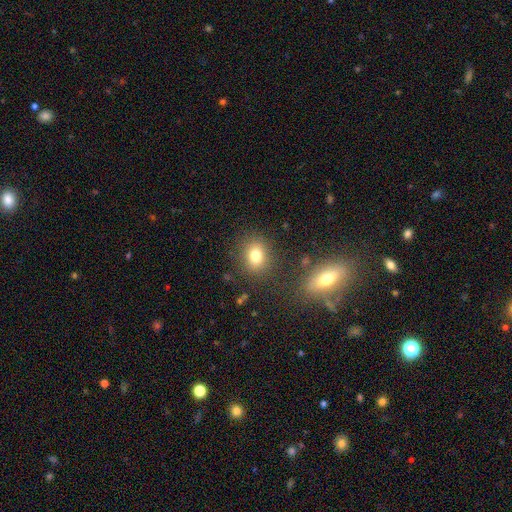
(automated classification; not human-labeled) Smooth or featured: smooth — 78% (star or artifact — 13%)
How rounded: round — 54% (in between — 44%)
Merging: none — 83% (minor disturbance — 10%)